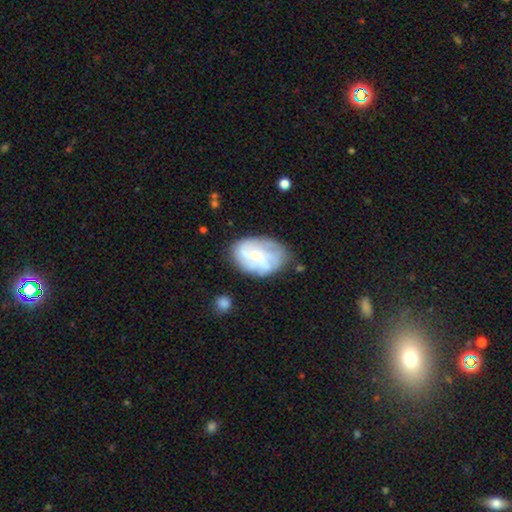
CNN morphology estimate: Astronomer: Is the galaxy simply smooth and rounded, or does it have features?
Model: featured or disk — 58% (runner-up: smooth, 34%).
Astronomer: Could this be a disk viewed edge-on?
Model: no — 97%.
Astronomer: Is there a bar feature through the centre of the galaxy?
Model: no — 69%.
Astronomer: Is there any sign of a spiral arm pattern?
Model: yes — 64%.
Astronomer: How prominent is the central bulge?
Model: small — 64%.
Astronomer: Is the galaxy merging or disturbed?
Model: none — 63%.